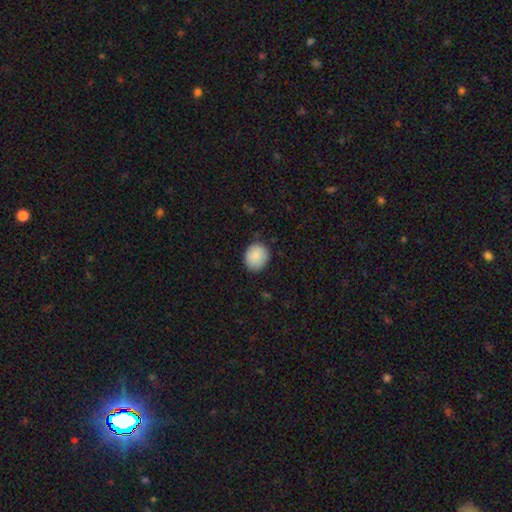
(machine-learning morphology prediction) A smooth galaxy with no disk features (88%) that is round (76%). Merging: none (84%).